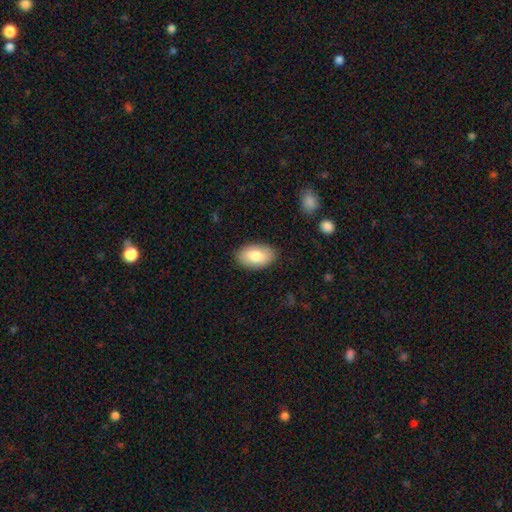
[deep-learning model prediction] smooth-or-featured: smooth: 81% | featured or disk: 13% | star or artifact: 6%
  how-rounded: in between: 93% | round: 5% | cigar-shaped: 1%
  merging: none: 87% | minor disturbance: 10% | major disturbance: 2% | merger: 1%